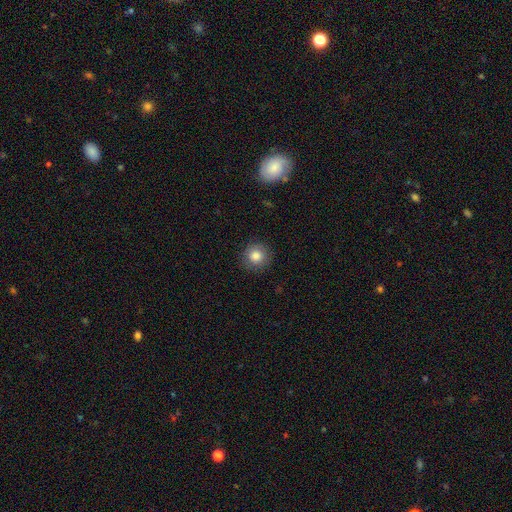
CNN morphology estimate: This is clearly a smooth galaxy (84%). How rounded: clearly round (93%). Merging: clearly none (89%).